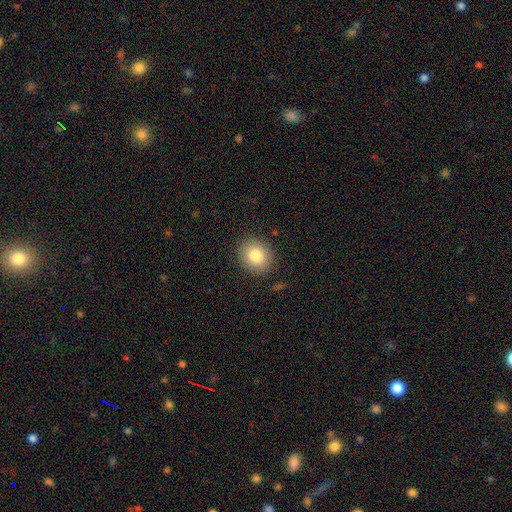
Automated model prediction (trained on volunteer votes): Smooth or featured? Predicted: smooth (p=0.82). How rounded? Predicted: round (p=0.70). Merging? Predicted: none (p=0.87).